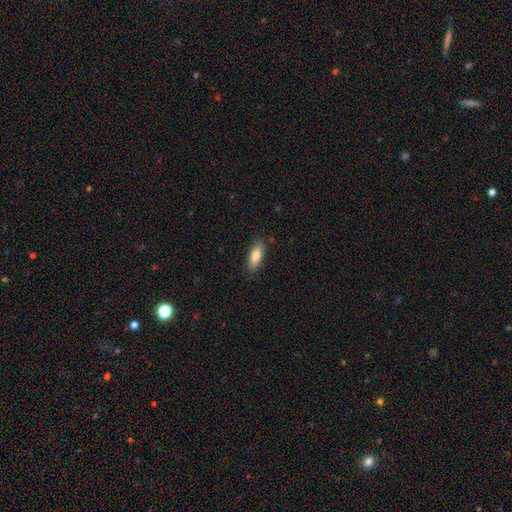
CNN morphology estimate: smooth-or-featured: smooth: 81% | featured or disk: 13% | star or artifact: 6%
  how-rounded: in between: 66% | cigar-shaped: 32% | round: 2%
  merging: none: 86% | minor disturbance: 11% | major disturbance: 2% | merger: 1%